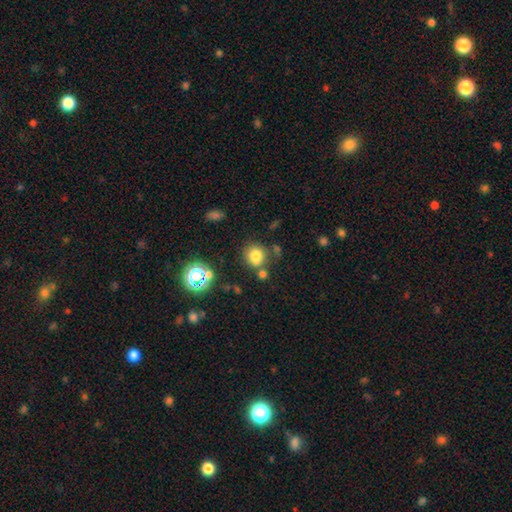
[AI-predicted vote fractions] smooth 76%, star or artifact 15%, featured or disk 8%. Down the decision tree: how rounded — round (83%); merging — none (69%).